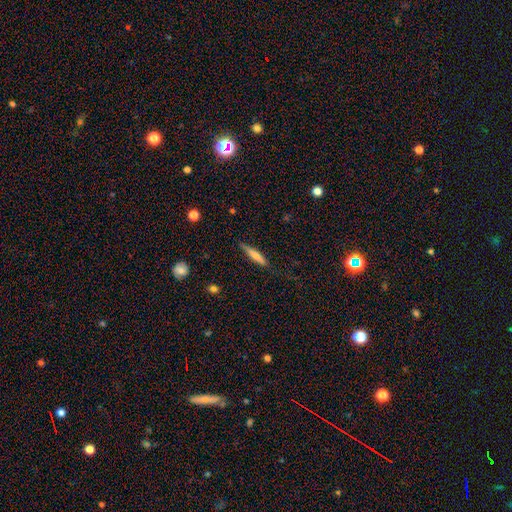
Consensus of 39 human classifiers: A smooth galaxy with no disk features (59%) that is cigar-shaped (96%). Merging: none (74%).